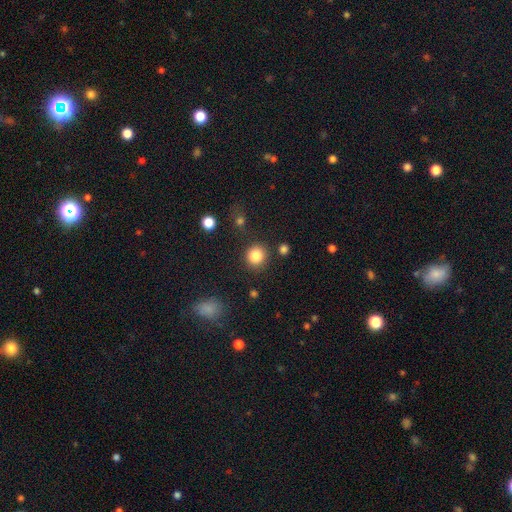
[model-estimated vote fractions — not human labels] The model was most divided on "smooth or featured": smooth: 85%, star or artifact: 10%, featured or disk: 5%. More confident: how rounded — round (90%); merging — none (86%).